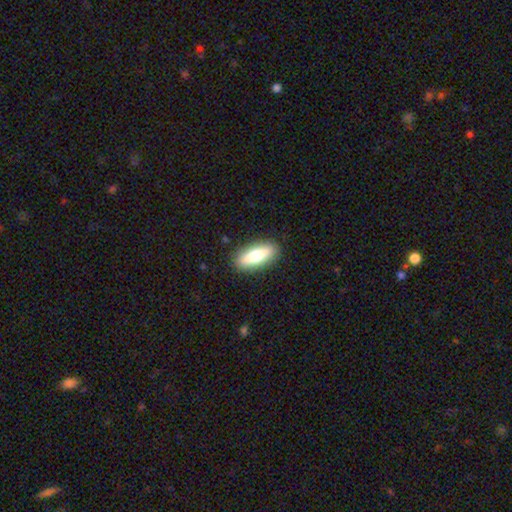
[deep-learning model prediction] Morphology: type=smooth (70%); roundness=in between (69%); merging=none (89%).